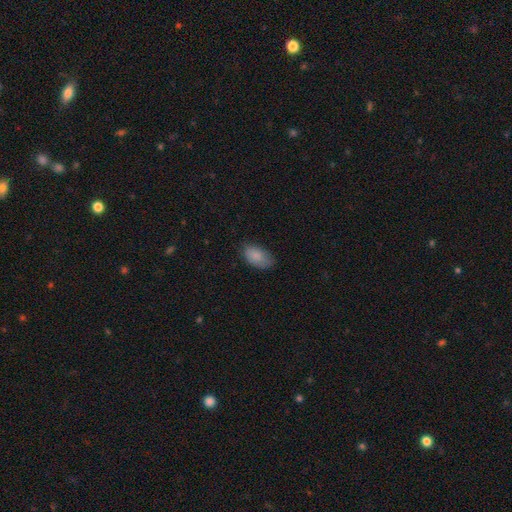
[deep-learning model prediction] smooth_or_featured: smooth (p=0.86) [alt: star or artifact p=0.07]
how_rounded: in between (p=0.94) [alt: round p=0.04]
merging: none (p=0.70) [alt: minor disturbance p=0.24]